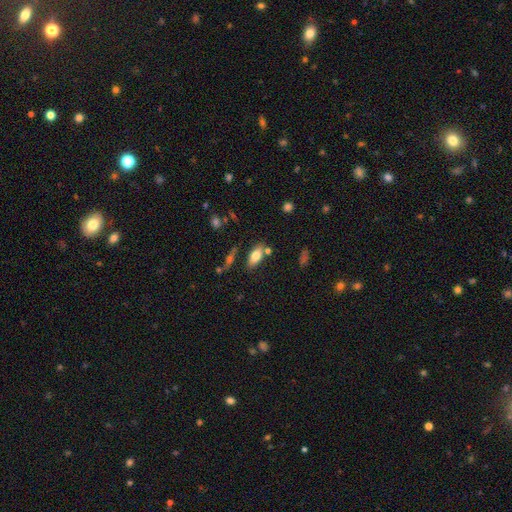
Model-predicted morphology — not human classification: Smooth or featured?
  - smooth: 77% *
  - featured or disk: 15%
  - star or artifact: 8%
How rounded?
  - in between: 87% *
  - cigar-shaped: 9%
  - round: 3%
Merging?
  - none: 70% *
  - minor disturbance: 14%
  - merger: 12%
  - major disturbance: 4%